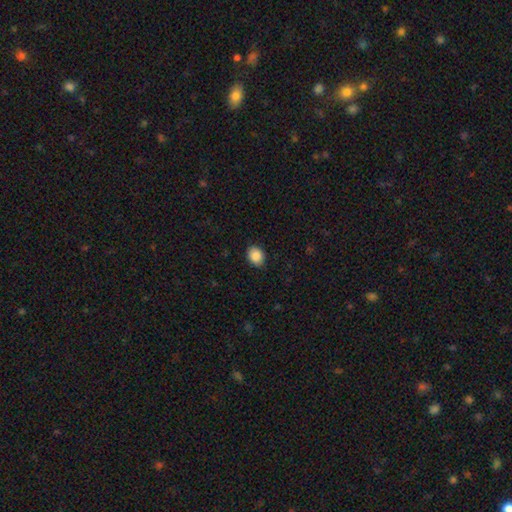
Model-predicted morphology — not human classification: smooth_or_featured: smooth (p=0.89) [alt: star or artifact p=0.08]
how_rounded: in between (p=0.58) [alt: round p=0.41]
merging: none (p=0.87) [alt: minor disturbance p=0.10]